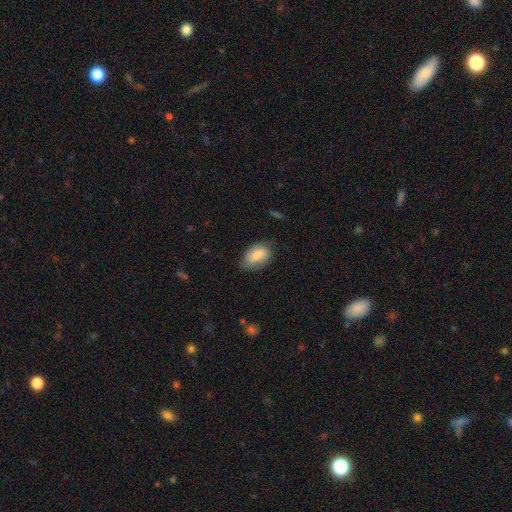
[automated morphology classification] Q: Smooth or featured?
A: smooth (83%); runner-up: featured or disk (11%)
Q: How rounded?
A: in between (92%); runner-up: round (7%)
Q: Merging?
A: none (68%); runner-up: minor disturbance (26%)